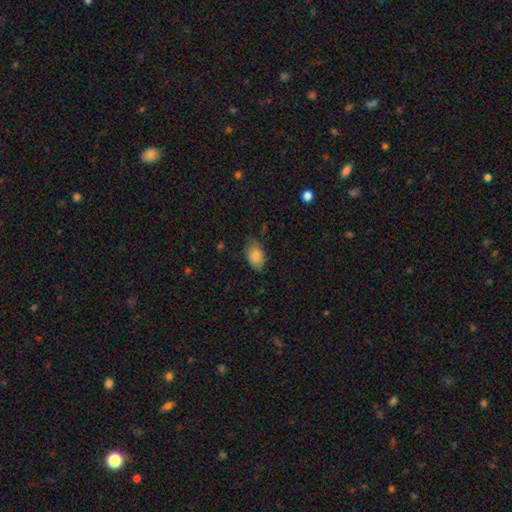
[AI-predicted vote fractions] smooth-or-featured: smooth: 84% | featured or disk: 9% | star or artifact: 7%
  how-rounded: in between: 89% | round: 9% | cigar-shaped: 2%
  merging: none: 67% | minor disturbance: 27% | major disturbance: 5% | merger: 1%